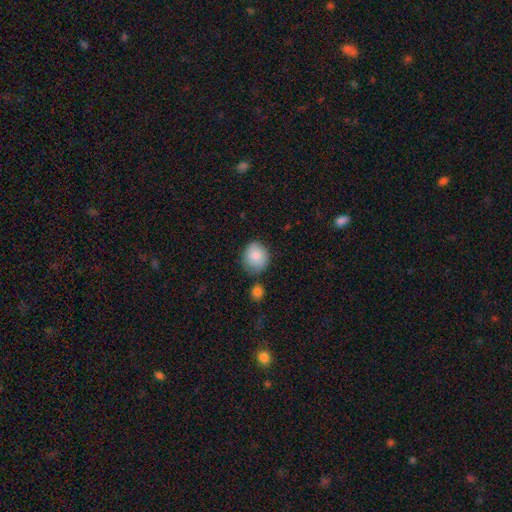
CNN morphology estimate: A smooth galaxy with no disk features (87%) that is round (81%).

Vote fractions:
- Smooth or featured? smooth: 87% / star or artifact: 7% / featured or disk: 6%
- How rounded? round: 81% / in between: 18% / cigar-shaped: 1%
- Merging? none: 71% / minor disturbance: 17% / merger: 7% / major disturbance: 4%